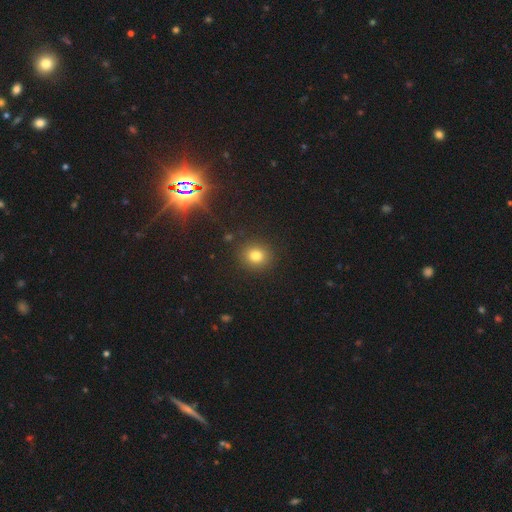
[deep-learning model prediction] smooth 78%, star or artifact 14%, featured or disk 7%. Down the decision tree: how rounded — round (81%); merging — none (89%).